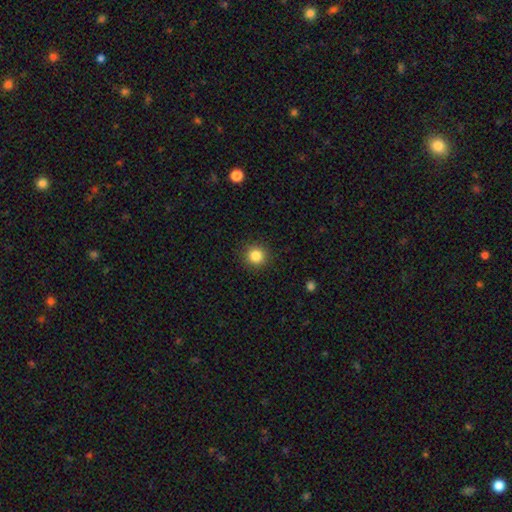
This is clearly a smooth galaxy (92%). How rounded: clearly round (100%). Merging: clearly none (94%).